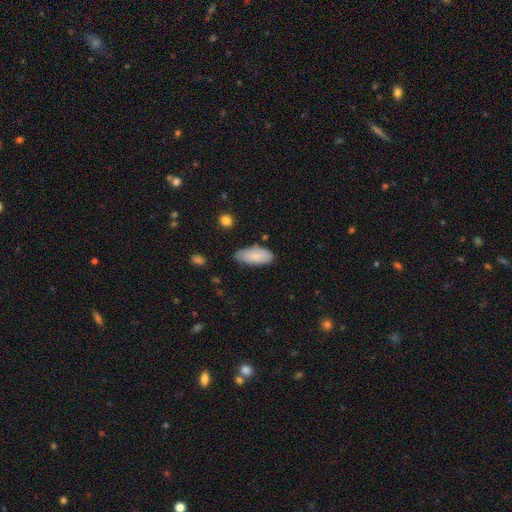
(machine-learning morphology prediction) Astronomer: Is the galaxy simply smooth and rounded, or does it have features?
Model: smooth — 85%.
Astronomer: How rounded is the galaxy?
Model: in between — 88%.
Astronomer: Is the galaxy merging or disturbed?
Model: none — 72%.